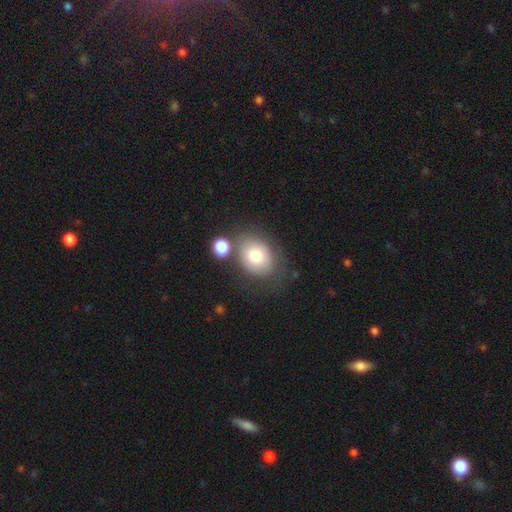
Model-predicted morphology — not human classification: This appears to be a smooth galaxy with no disk features (75%) that is in between round and cigar-shaped (64%). Merging: none (59%).